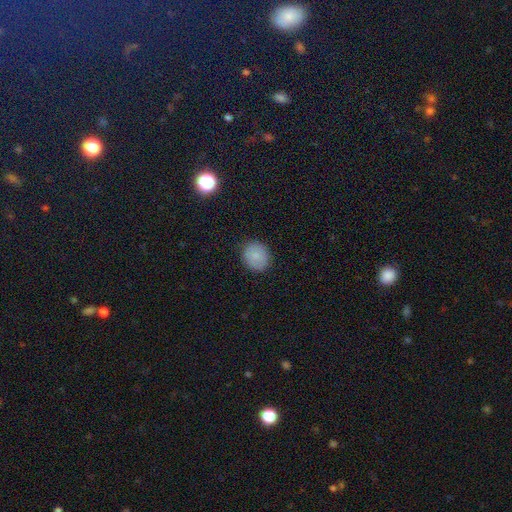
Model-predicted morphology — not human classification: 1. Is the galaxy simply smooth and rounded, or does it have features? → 78% smooth, 13% featured or disk, 9% star or artifact.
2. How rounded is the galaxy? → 79% round, 20% in between, 1% cigar-shaped.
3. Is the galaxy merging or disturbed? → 88% none, 8% minor disturbance, 2% major disturbance, 1% merger.